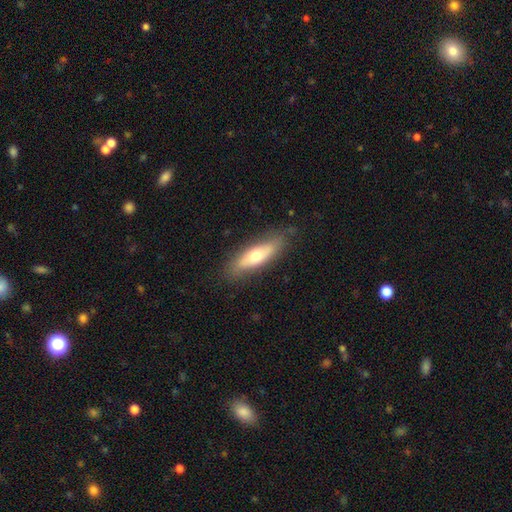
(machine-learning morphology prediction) This appears to be a smooth galaxy with no disk features (57%) that is cigar-shaped (50%). Merging: none (80%).